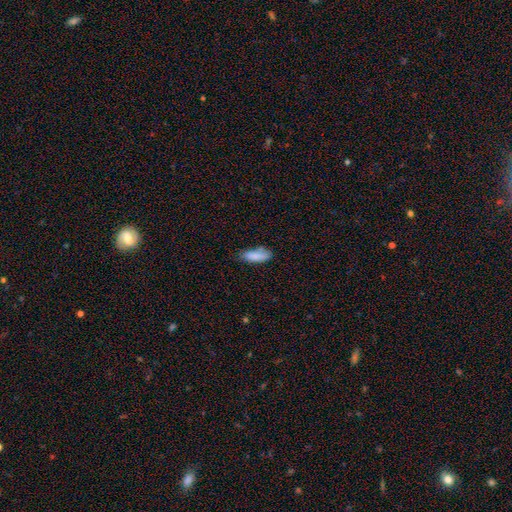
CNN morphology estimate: smooth 85%, featured or disk 7%, star or artifact 7%. Down the decision tree: how rounded — in between (75%); merging — none (63%).